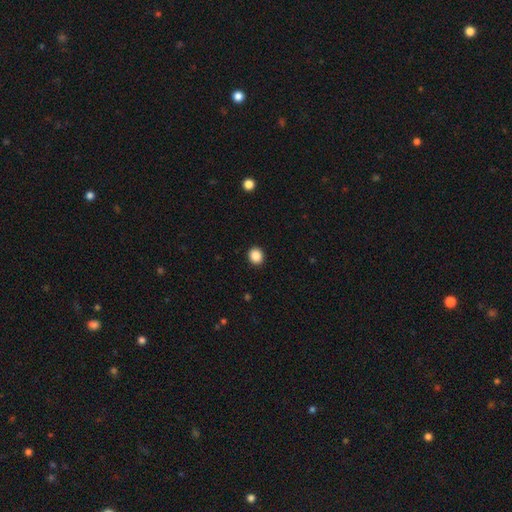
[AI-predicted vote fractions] smooth-or-featured: smooth: 88% | star or artifact: 9% | featured or disk: 3%
  how-rounded: round: 70% | in between: 29% | cigar-shaped: 1%
  merging: none: 92% | minor disturbance: 5% | major disturbance: 2% | merger: 1%